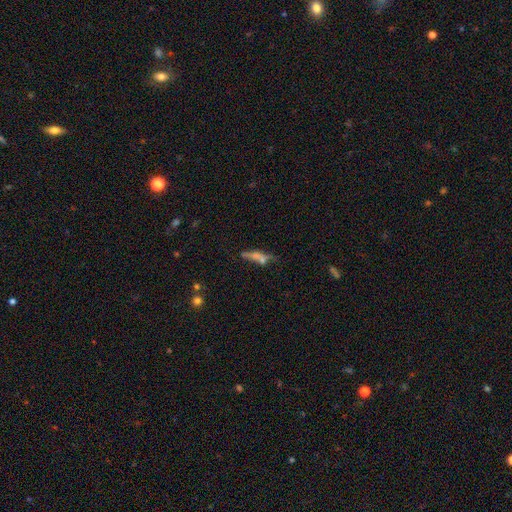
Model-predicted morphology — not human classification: The model was most divided on "smooth or featured": smooth: 46%, featured or disk: 36%, star or artifact: 18%. More confident: merging — none (53%).